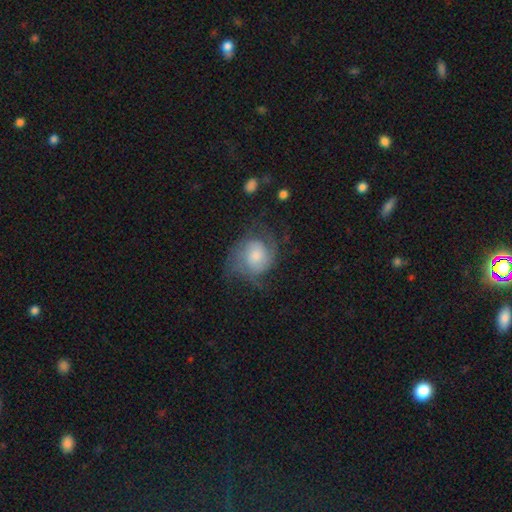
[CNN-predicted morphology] featured or disk 63%, smooth 29%, star or artifact 8%. Down the decision tree: edge-on disk — no (98%); bar — no (70%); spiral arms — yes (89%); spiral arm count — 2 (55%); spiral winding — medium (44%); bulge size — moderate (38%); merging — none (53%).